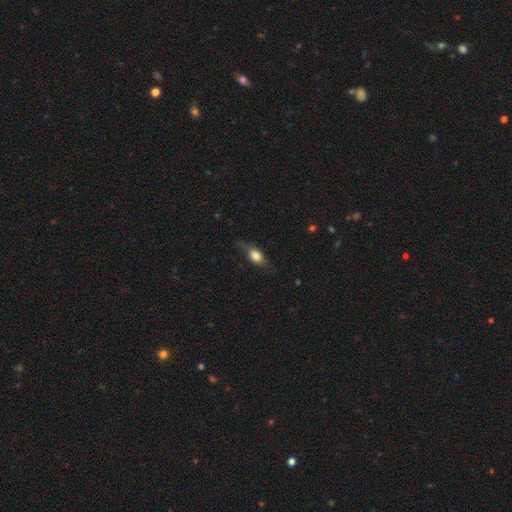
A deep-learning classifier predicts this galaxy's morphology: Overall: smooth (68%). How rounded: in between (75%). Merging: none (60%; minor disturbance 26%).